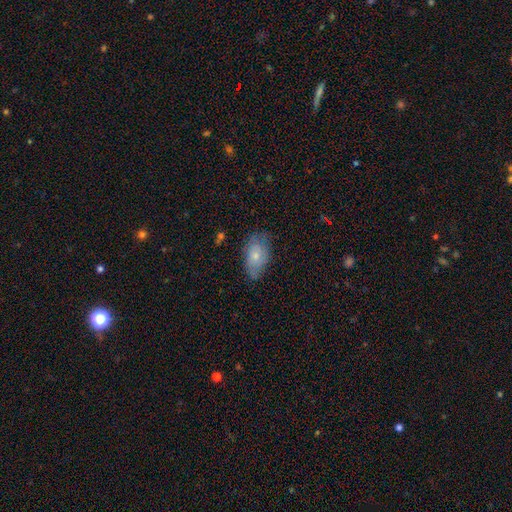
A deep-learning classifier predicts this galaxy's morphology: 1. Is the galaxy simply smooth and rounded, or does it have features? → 65% smooth, 28% featured or disk, 7% star or artifact.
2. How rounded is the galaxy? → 91% in between, 6% round, 3% cigar-shaped.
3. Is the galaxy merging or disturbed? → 66% none, 26% minor disturbance, 6% major disturbance, 1% merger.